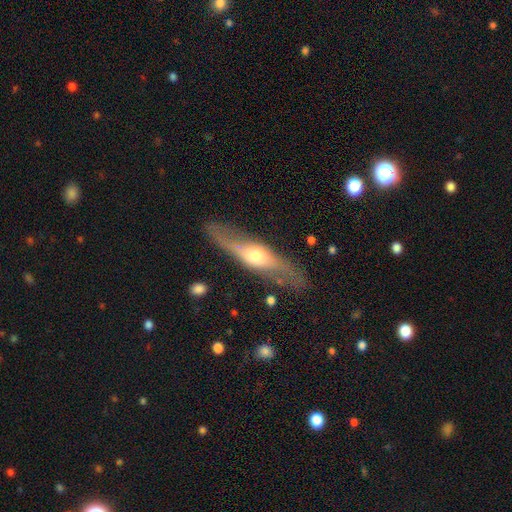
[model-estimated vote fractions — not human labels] Q: Smooth or featured?
A: featured or disk (66%); runner-up: smooth (28%)
Q: Edge-on disk?
A: yes (63%); runner-up: no (37%)
Q: Merging?
A: none (75%); runner-up: minor disturbance (15%)